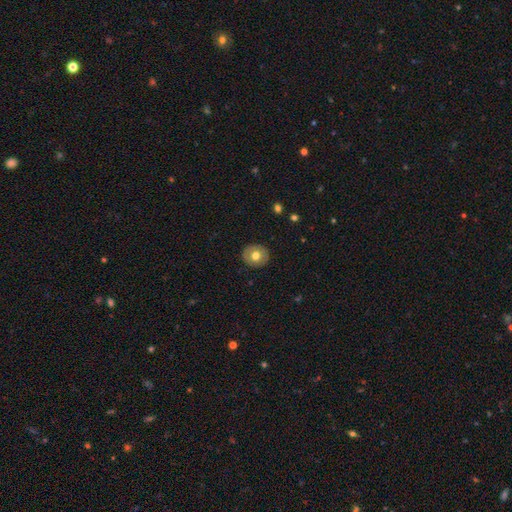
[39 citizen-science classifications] Volunteers were most divided on "smooth or featured": smooth: 62%, featured or disk: 31%, star or artifact: 8%. More confident: merging — none (100%); how rounded — round (67%).